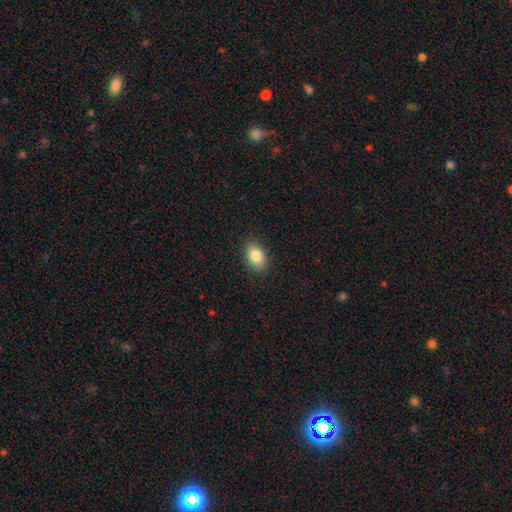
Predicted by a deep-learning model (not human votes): Q: Smooth or featured?
A: smooth (85%); runner-up: star or artifact (8%)
Q: How rounded?
A: in between (86%); runner-up: round (13%)
Q: Merging?
A: none (87%); runner-up: minor disturbance (10%)